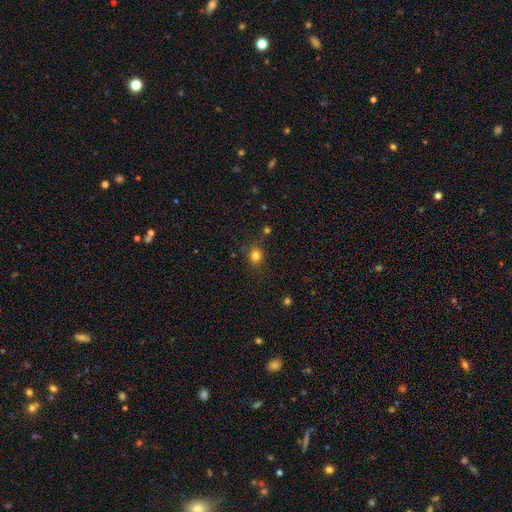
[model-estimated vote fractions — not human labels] A smooth galaxy with no disk features (80%) that is round (73%). Merging: none (79%).